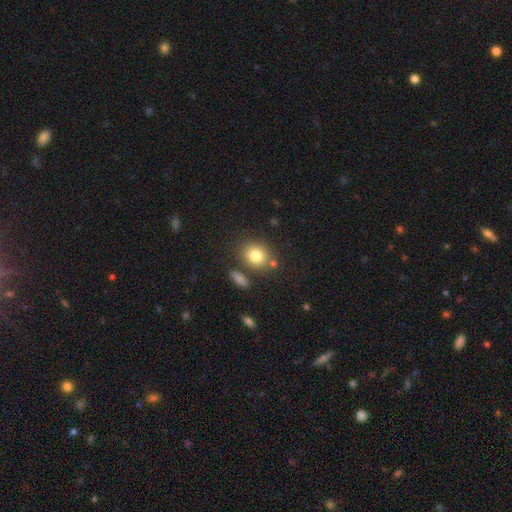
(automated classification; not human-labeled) Smooth or featured: smooth — 80% (star or artifact — 10%)
How rounded: round — 65% (in between — 34%)
Merging: none — 74% (merger — 12%)